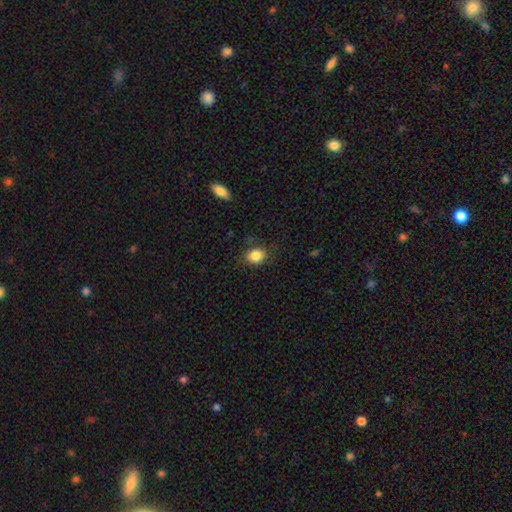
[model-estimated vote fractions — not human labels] smooth-or-featured: smooth: 84% | star or artifact: 10% | featured or disk: 6%
  how-rounded: in between: 50% | round: 49% | cigar-shaped: 1%
  merging: none: 79% | minor disturbance: 15% | major disturbance: 4% | merger: 1%